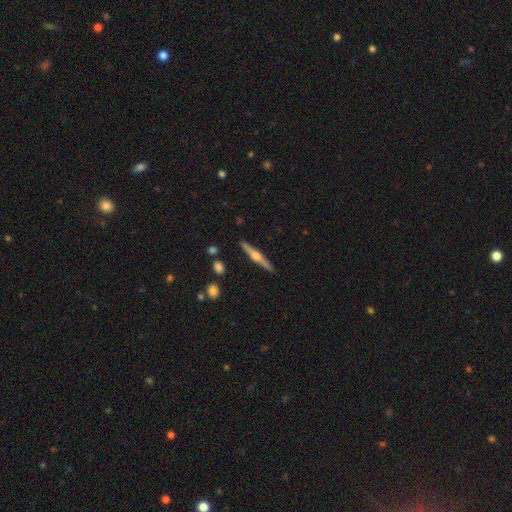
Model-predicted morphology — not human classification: Smooth or featured? featured or disk (70%)
Edge-on disk? yes (98%)
Edge-on bulge? rounded (91%)
Merging? none (90%)